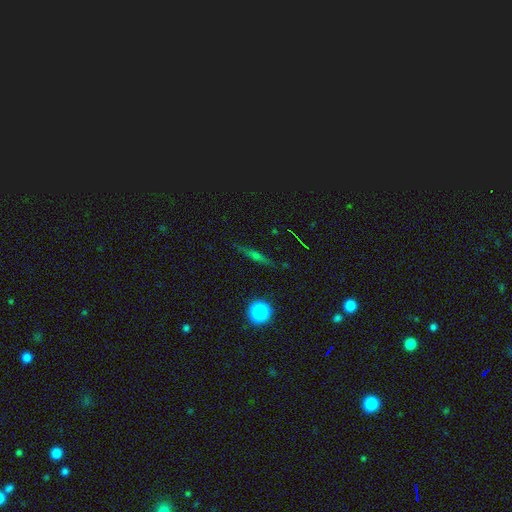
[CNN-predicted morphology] The model was most divided on "smooth or featured": featured or disk: 41%, smooth: 33%, star or artifact: 26%. More confident: merging — none (87%).